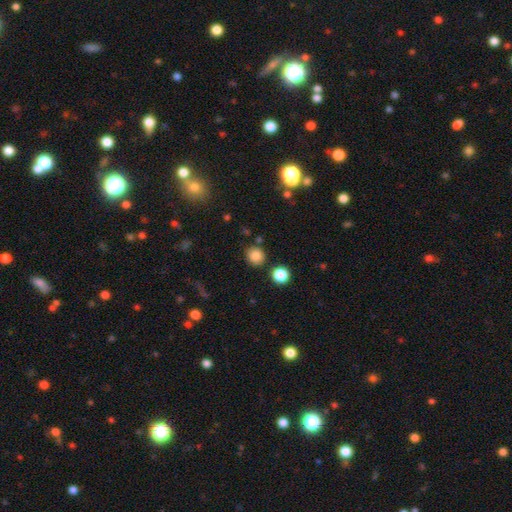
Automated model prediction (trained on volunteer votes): smooth 84%, star or artifact 12%, featured or disk 4%. Down the decision tree: how rounded — round (86%); merging — none (83%).